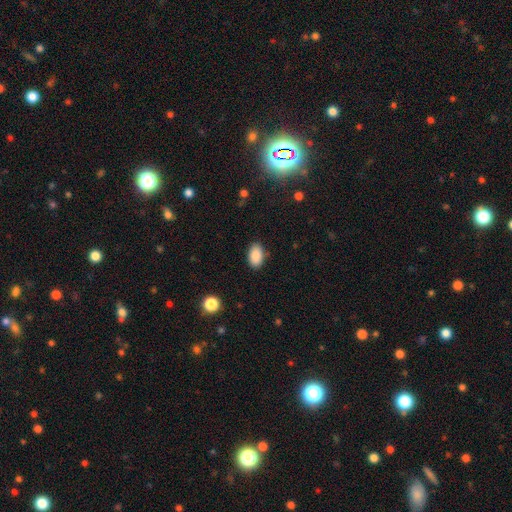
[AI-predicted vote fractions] Q: Smooth or featured?
A: smooth (88%); runner-up: star or artifact (8%)
Q: How rounded?
A: in between (92%); runner-up: round (6%)
Q: Merging?
A: none (87%); runner-up: minor disturbance (9%)